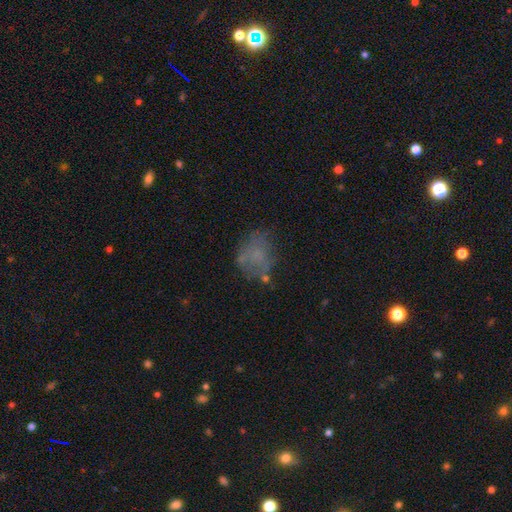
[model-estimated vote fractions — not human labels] smooth_or_featured: smooth (p=0.51) [alt: featured or disk p=0.33]
how_rounded: round (p=0.52) [alt: in between p=0.46]
merging: none (p=0.49) [alt: minor disturbance p=0.23]